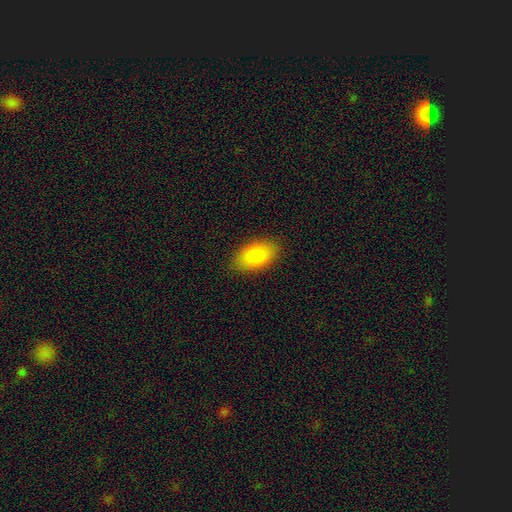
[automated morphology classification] Overall: smooth (86%). How rounded: in between (94%). Merging: none (87%).